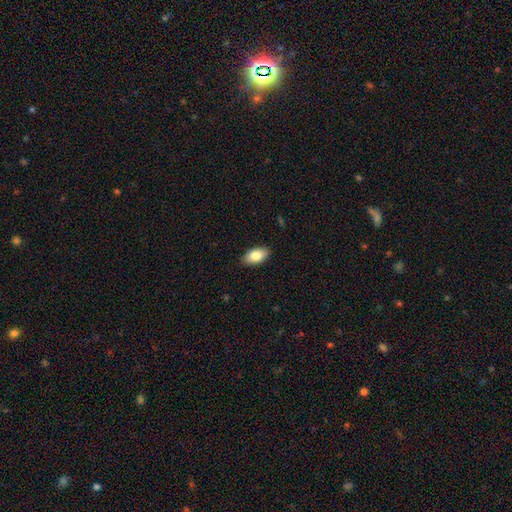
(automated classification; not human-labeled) This appears to be a smooth galaxy with no disk features (83%) that is in between round and cigar-shaped (94%). Merging: none (88%).